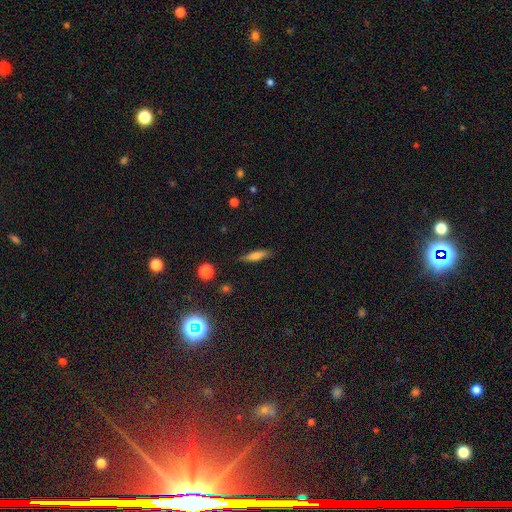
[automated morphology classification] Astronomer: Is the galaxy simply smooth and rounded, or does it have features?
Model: smooth — 63%.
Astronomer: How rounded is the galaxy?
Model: cigar-shaped — 74%.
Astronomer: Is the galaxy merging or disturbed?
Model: none — 84%.